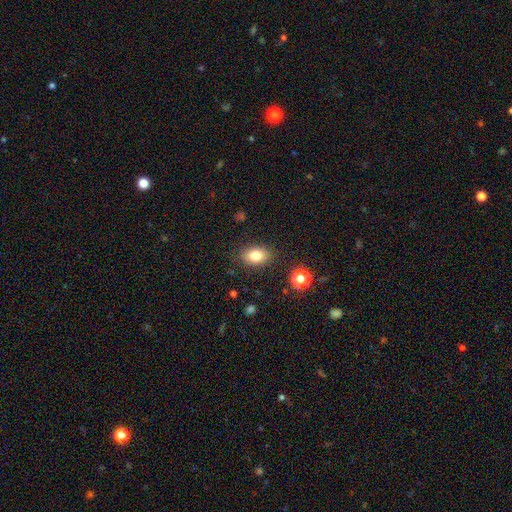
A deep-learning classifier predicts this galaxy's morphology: Smooth or featured? smooth (81%)
How rounded? in between (82%)
Merging? none (86%)